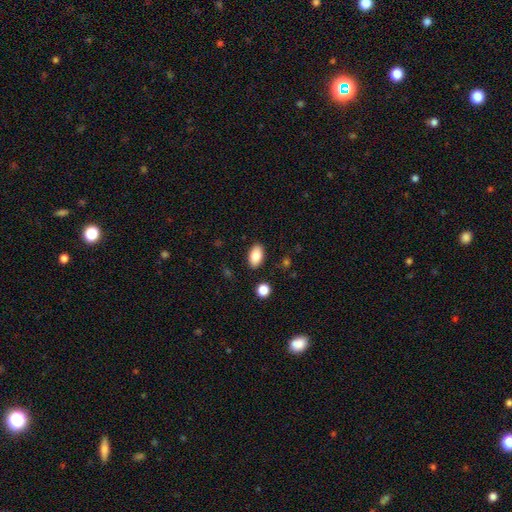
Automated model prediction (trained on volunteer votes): The model was most divided on "smooth or featured": smooth: 84%, featured or disk: 8%, star or artifact: 8%. More confident: how rounded — in between (93%); merging — none (88%).